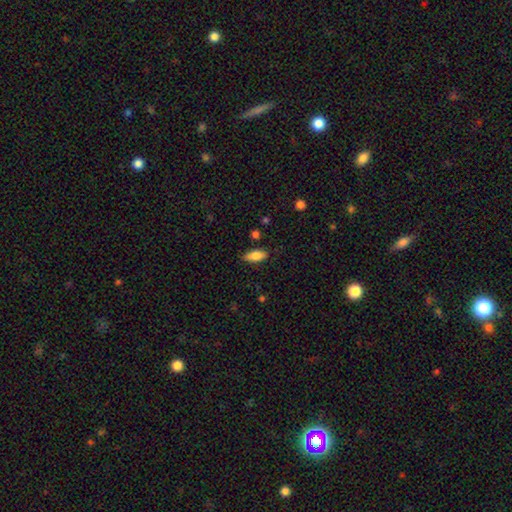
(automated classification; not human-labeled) Q: Smooth or featured?
A: smooth (82%); runner-up: featured or disk (11%)
Q: How rounded?
A: in between (83%); runner-up: cigar-shaped (15%)
Q: Merging?
A: none (83%); runner-up: minor disturbance (13%)